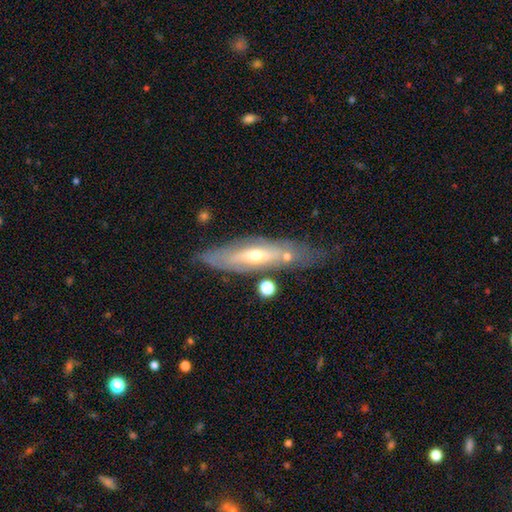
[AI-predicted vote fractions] Smooth or featured: featured or disk — 68% (smooth — 25%)
Edge-on disk: no — 51% (yes — 49%)
Merging: none — 66% (minor disturbance — 21%)